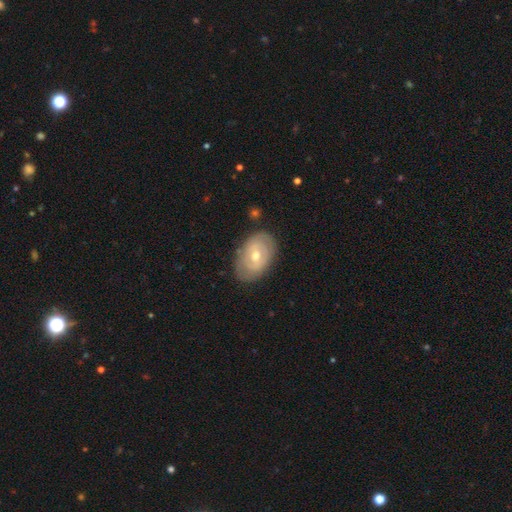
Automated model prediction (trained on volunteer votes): This is likely a featured or disk galaxy (63%). It is clearly not viewed edge-on (94%). Bar: possibly no (48%). Spiral arm pattern: possibly yes (58%). Central bulge: likely moderate (62%). Merging: likely none (79%).